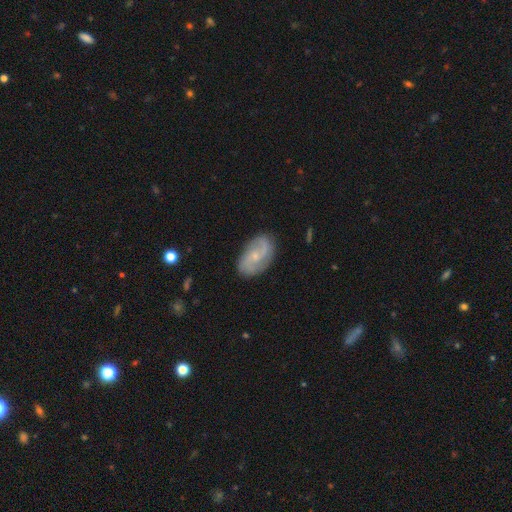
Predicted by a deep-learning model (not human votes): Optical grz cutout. It shows a featured or disk galaxy (77%) with no bar (58%), 2 (81%) medium (44%) spiral arms (94%) and a small central bulge (69%). Merging: none (81%).